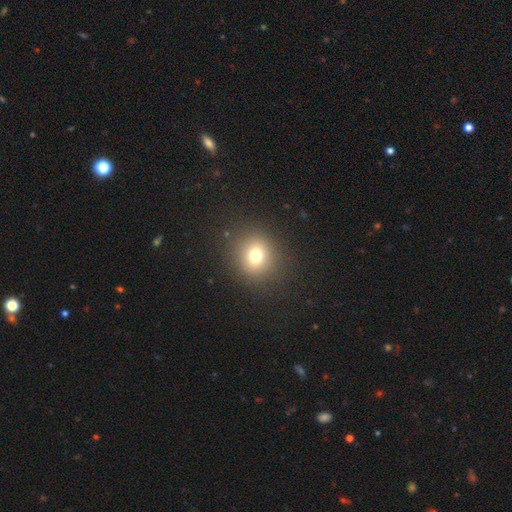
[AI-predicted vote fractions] Smooth or featured: smooth — 74% (star or artifact — 16%)
How rounded: round — 86% (in between — 14%)
Merging: none — 89% (minor disturbance — 6%)